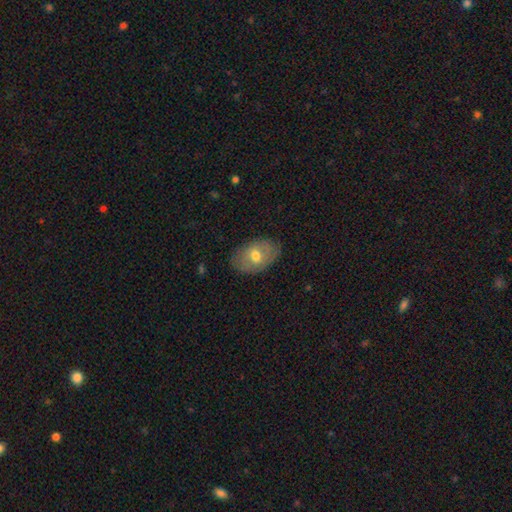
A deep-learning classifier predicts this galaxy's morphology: Q: Smooth or featured?
A: smooth (62%); runner-up: featured or disk (31%)
Q: How rounded?
A: in between (86%); runner-up: round (13%)
Q: Merging?
A: none (80%); runner-up: minor disturbance (15%)